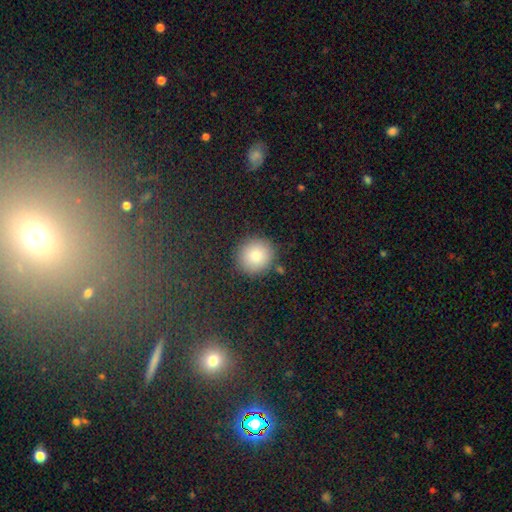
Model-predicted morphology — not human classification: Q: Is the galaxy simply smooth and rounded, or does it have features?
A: smooth — 84%.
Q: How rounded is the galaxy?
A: round — 92%.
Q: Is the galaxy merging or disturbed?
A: none — 87%.